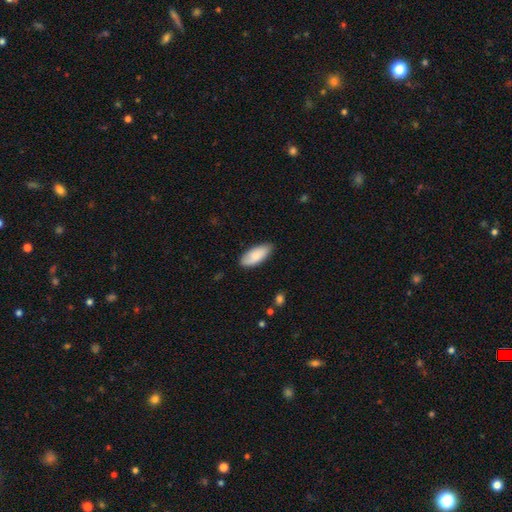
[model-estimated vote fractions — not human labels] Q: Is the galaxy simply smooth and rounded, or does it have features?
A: smooth — 84%.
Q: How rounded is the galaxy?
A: in between — 86%.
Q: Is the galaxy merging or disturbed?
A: none — 81%.